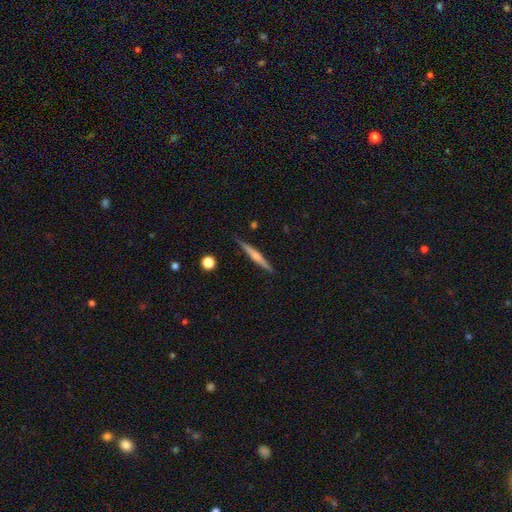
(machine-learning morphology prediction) A featured or disk galaxy (51%) viewed edge-on (97%) with a rounded central bulge (49%). Merging: none (87%).